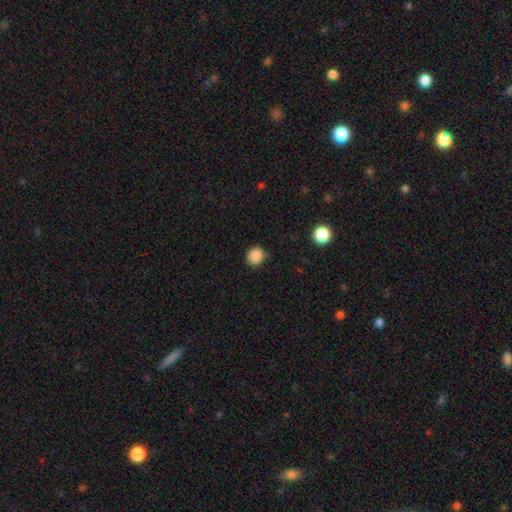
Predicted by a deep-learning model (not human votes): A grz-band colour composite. It shows a smooth galaxy with no disk features (86%) that is round (82%). Merging: none (79%).